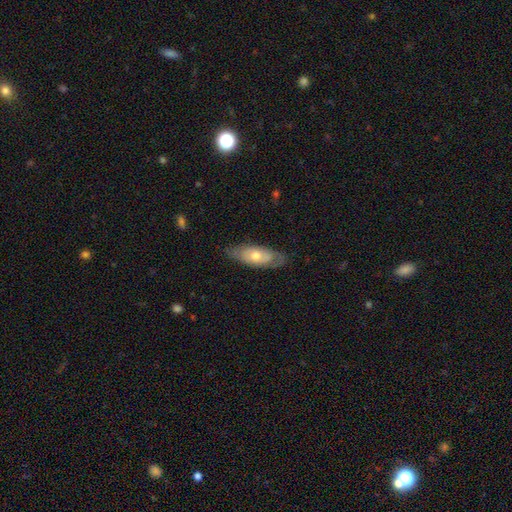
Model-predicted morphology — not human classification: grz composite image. It shows a smooth galaxy with no disk features (48%). Merging: none (76%).